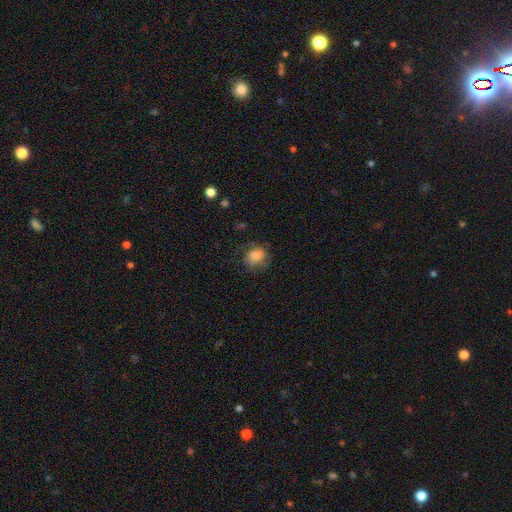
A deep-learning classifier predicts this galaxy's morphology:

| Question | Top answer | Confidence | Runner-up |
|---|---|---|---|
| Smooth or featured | smooth | 64% | featured or disk (27%) |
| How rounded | round | 63% | in between (36%) |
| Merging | none | 58% | minor disturbance (23%) |